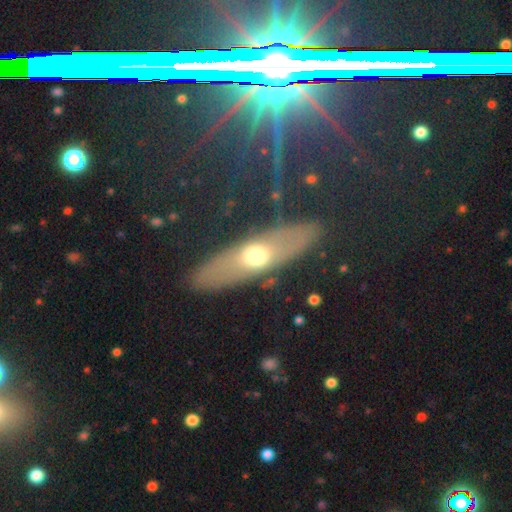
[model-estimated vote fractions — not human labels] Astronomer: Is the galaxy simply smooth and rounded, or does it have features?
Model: smooth — 45% (runner-up: featured or disk, 44%).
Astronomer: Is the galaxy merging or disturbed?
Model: none — 77%.